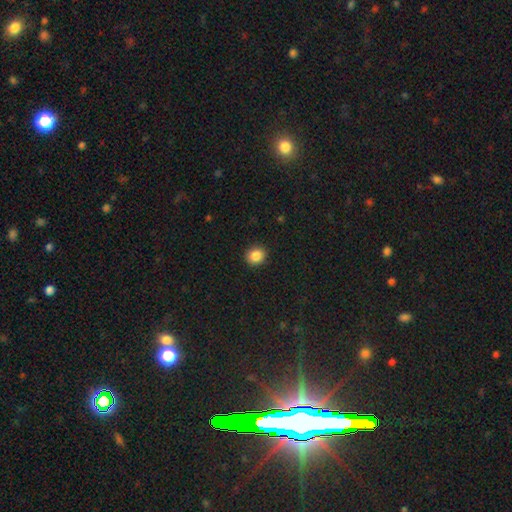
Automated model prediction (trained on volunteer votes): This appears to be a smooth galaxy with no disk features (87%) that is round (79%). Merging: none (91%).